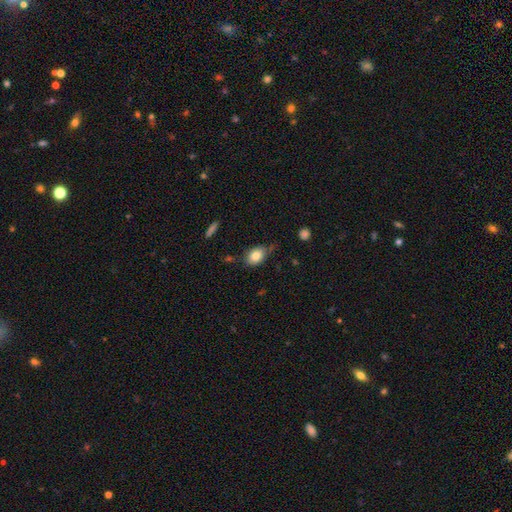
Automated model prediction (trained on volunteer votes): Smooth or featured? smooth (83%)
How rounded? in between (81%)
Merging? none (63%)